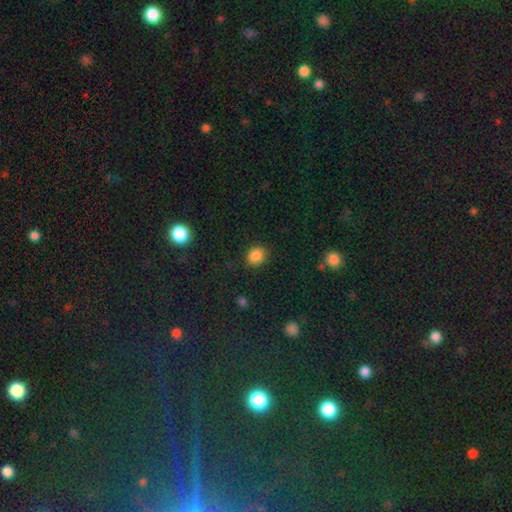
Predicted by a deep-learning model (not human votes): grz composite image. It shows a smooth galaxy with no disk features (85%) that is round (70%). Merging: none (86%).